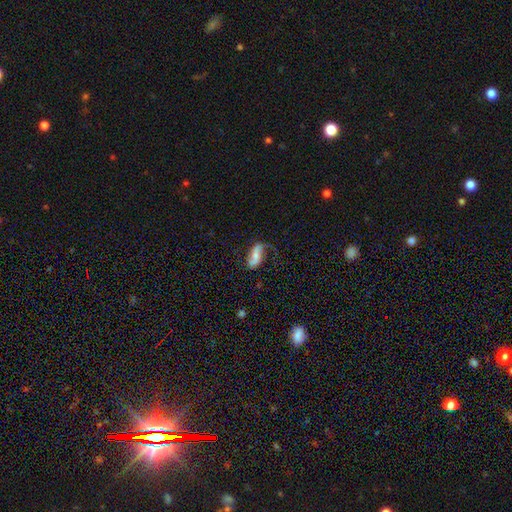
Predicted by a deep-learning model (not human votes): Smooth or featured?
  - featured or disk: 51% *
  - smooth: 42%
  - star or artifact: 7%
Edge-on disk?
  - no: 90% *
  - yes: 10%
Merging?
  - none: 50% *
  - minor disturbance: 27%
  - major disturbance: 20%
  - merger: 2%